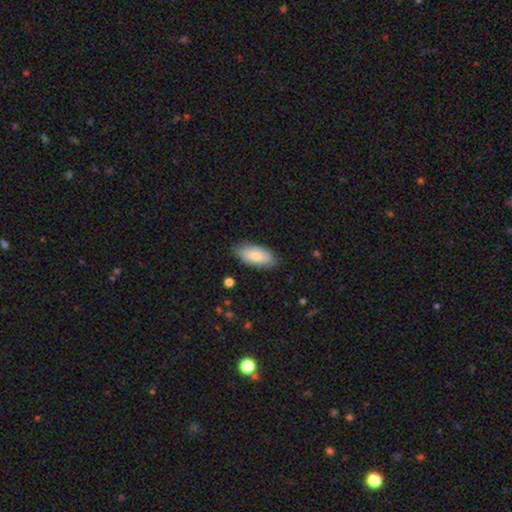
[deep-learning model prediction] smooth 77%, featured or disk 17%, star or artifact 6%. Down the decision tree: how rounded — in between (91%); merging — none (83%).